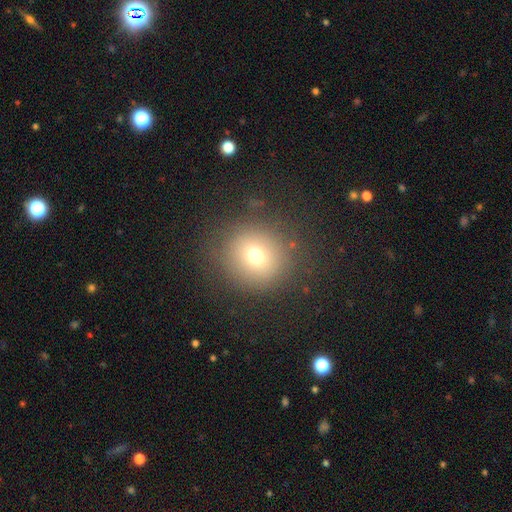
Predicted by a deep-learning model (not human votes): smooth-or-featured: smooth: 70% | star or artifact: 18% | featured or disk: 12%
  how-rounded: round: 90% | in between: 9% | cigar-shaped: 1%
  merging: none: 84% | minor disturbance: 9% | major disturbance: 6% | merger: 2%